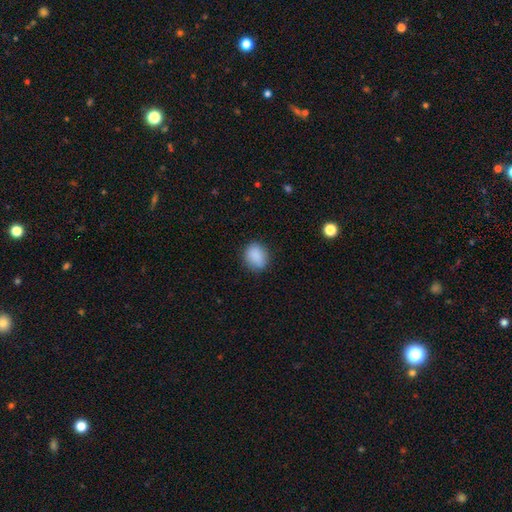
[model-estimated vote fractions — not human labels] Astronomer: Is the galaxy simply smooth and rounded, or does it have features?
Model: smooth — 88%.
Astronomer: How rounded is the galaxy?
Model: round — 59% (runner-up: in between, 40%).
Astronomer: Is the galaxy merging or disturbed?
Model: none — 83%.